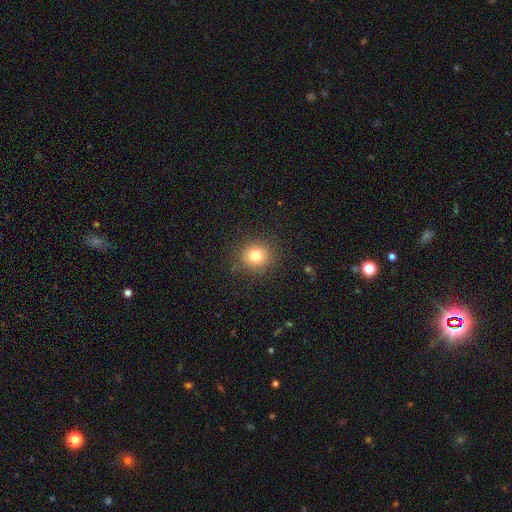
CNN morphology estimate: A smooth galaxy with no disk features (79%) that is round (89%). Merging: none (88%).